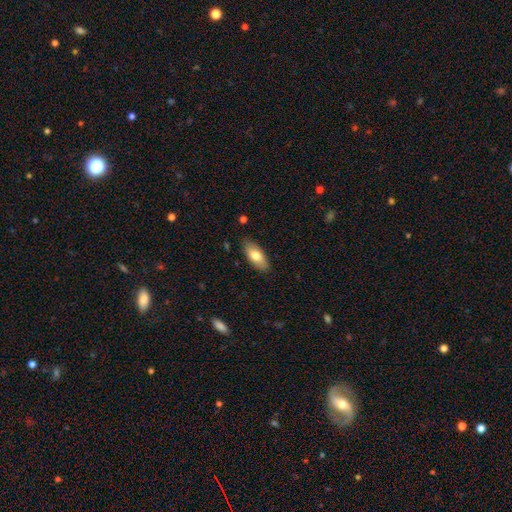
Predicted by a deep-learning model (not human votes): The model was most divided on "smooth or featured": smooth: 77%, featured or disk: 17%, star or artifact: 6%. More confident: merging — none (85%); how rounded — in between (83%).